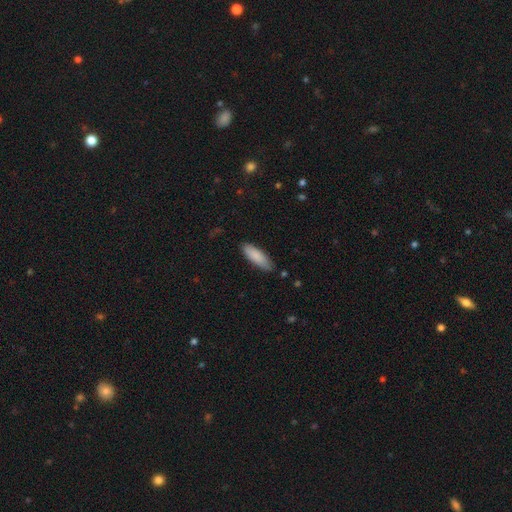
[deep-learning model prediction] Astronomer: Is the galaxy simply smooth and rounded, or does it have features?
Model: smooth — 87%.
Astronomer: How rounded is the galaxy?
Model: in between — 55% (runner-up: cigar-shaped, 44%).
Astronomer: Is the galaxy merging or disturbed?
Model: none — 83%.